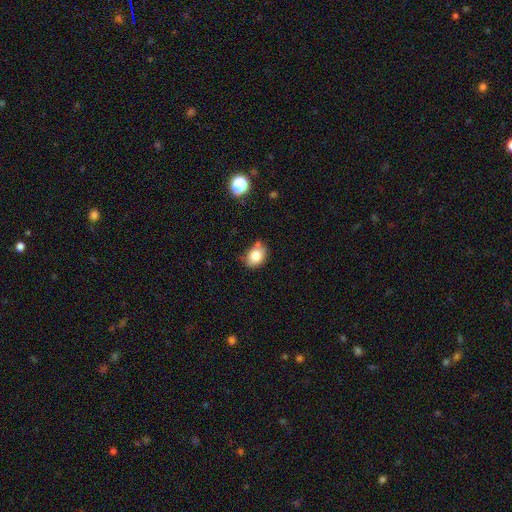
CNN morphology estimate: Smooth or featured? smooth (81%)
How rounded? in between (65%)
Merging? none (63%)